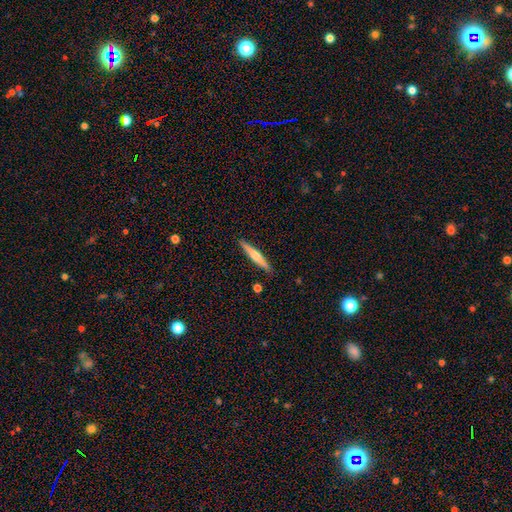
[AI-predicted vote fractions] smooth_or_featured: featured or disk (p=0.50) [alt: smooth p=0.45]
merging: none (p=0.90) [alt: minor disturbance p=0.07]